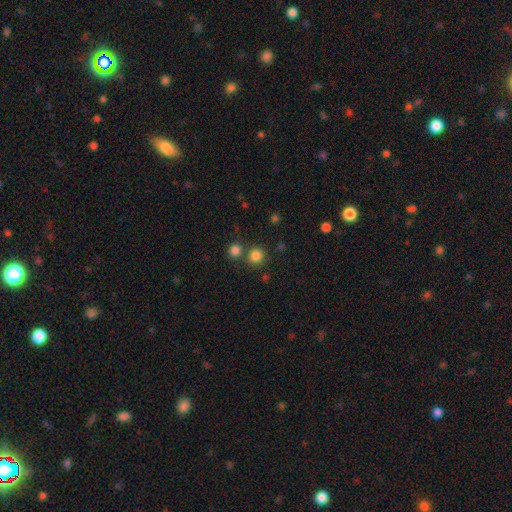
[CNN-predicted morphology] type=smooth (82%); roundness=round (91%); merging=none (74%).